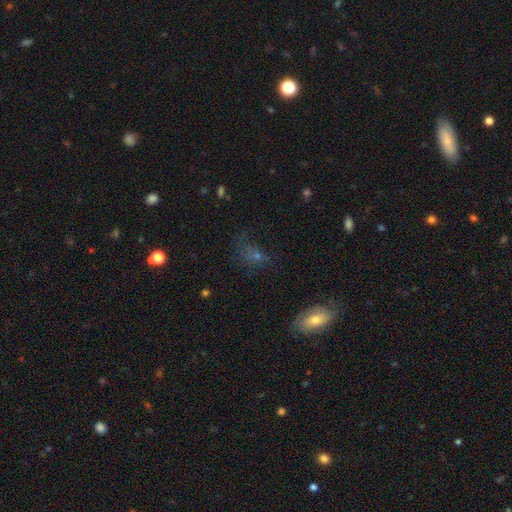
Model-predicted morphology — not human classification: Q: Smooth or featured?
A: smooth (43%); runner-up: star or artifact (30%)
Q: Merging?
A: none (49%); runner-up: major disturbance (25%)